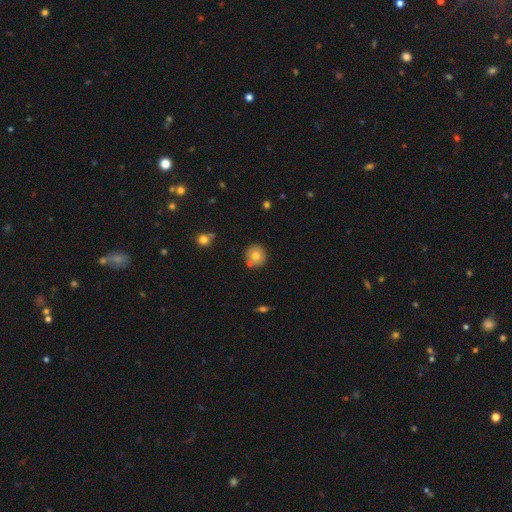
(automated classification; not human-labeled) smooth_or_featured: smooth (p=0.75) [alt: featured or disk p=0.15]
how_rounded: round (p=0.93) [alt: in between p=0.06]
merging: none (p=0.81) [alt: minor disturbance p=0.09]